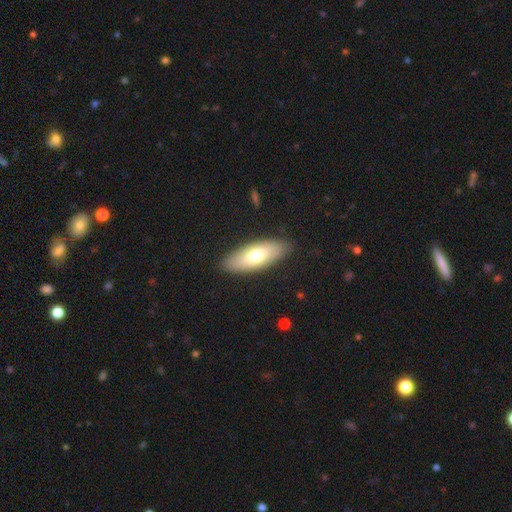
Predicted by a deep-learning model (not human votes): Morphology: type=smooth (70%); roundness=in between (77%); merging=none (87%).